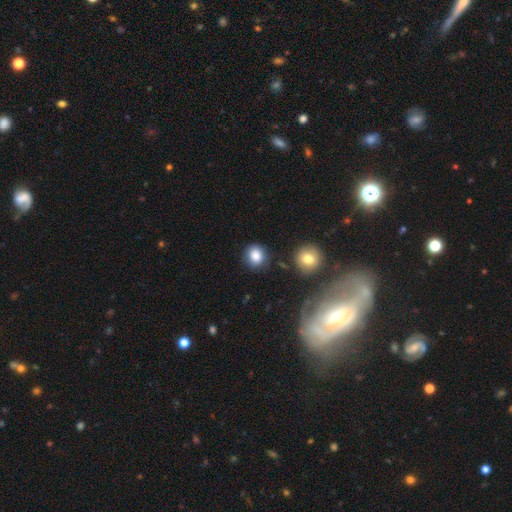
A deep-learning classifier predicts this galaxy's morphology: smooth-or-featured: smooth: 84% | star or artifact: 9% | featured or disk: 7%
  how-rounded: round: 80% | in between: 19% | cigar-shaped: 1%
  merging: none: 80% | minor disturbance: 12% | major disturbance: 4% | merger: 3%